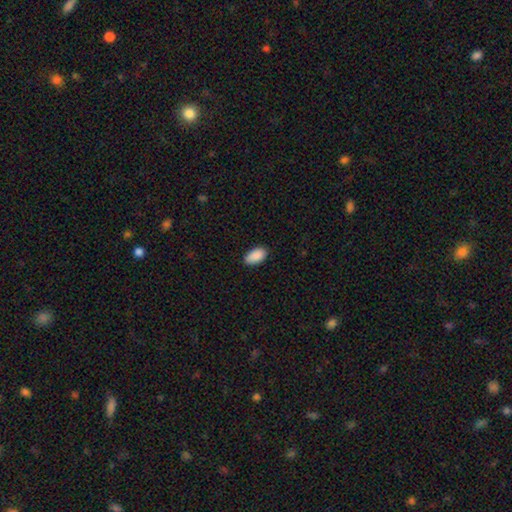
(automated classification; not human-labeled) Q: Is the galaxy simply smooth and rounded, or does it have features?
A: smooth — 90%.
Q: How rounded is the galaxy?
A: in between — 95%.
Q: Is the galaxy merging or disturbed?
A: none — 86%.